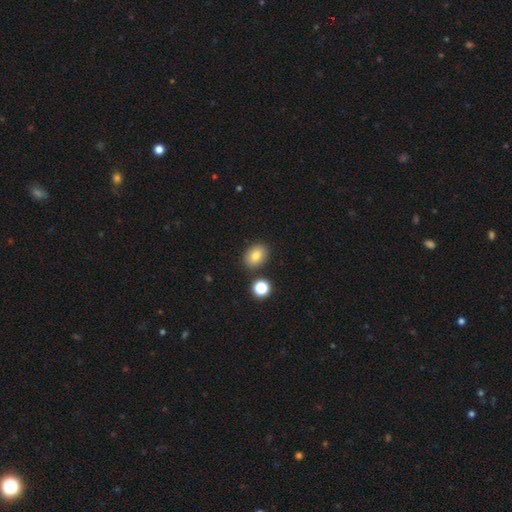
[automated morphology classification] A smooth galaxy with no disk features (81%) that is in between round and cigar-shaped (68%). Merging: none (84%).